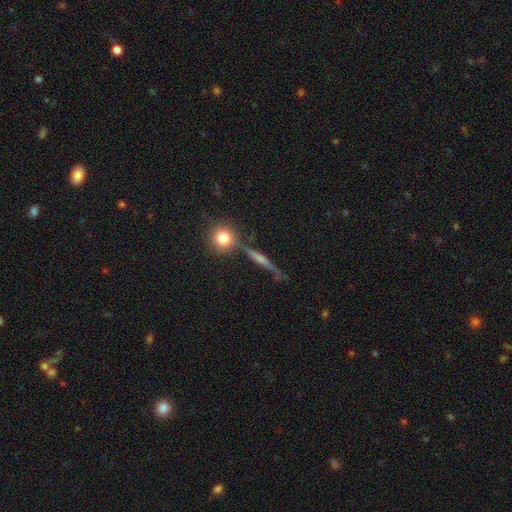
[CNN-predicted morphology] smooth-or-featured: featured or disk: 56% | smooth: 30% | star or artifact: 14%
  disk-edge-on: yes: 87% | no: 13%
  merging: none: 73% | minor disturbance: 15% | merger: 7% | major disturbance: 6%